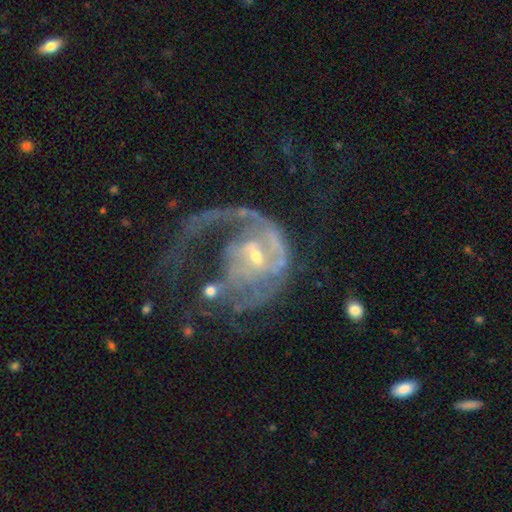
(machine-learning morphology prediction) featured or disk 84%, smooth 9%, star or artifact 7%. Down the decision tree: edge-on disk — no (98%); bar — no (51%); spiral arms — yes (84%); spiral arm count — 1 (63%); spiral winding — loose (42%); bulge size — small (68%); merging — major disturbance (57%).